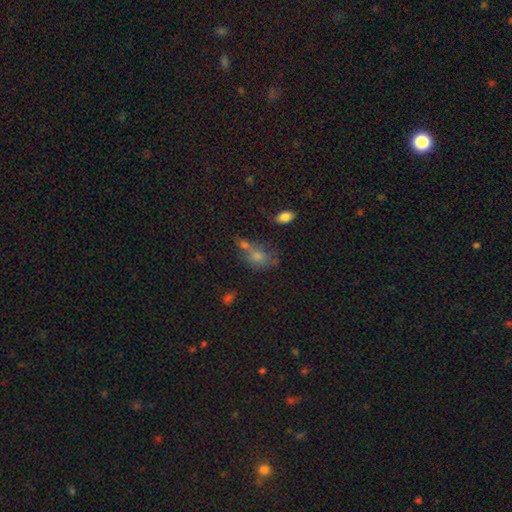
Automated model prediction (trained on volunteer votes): Smooth or featured?
  - smooth: 61% *
  - star or artifact: 20%
  - featured or disk: 19%
How rounded?
  - in between: 60% *
  - round: 37%
  - cigar-shaped: 3%
Merging?
  - none: 41% *
  - merger: 30%
  - minor disturbance: 18%
  - major disturbance: 11%